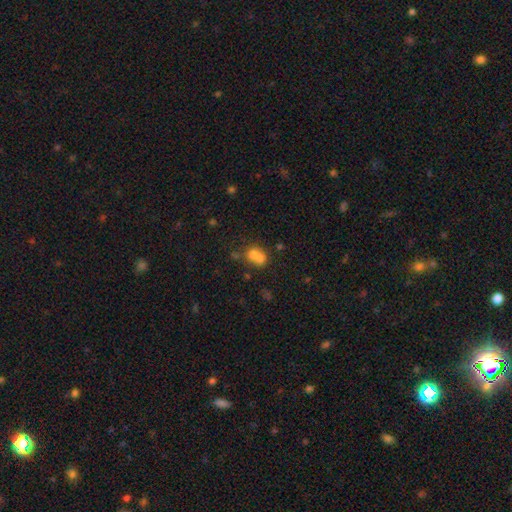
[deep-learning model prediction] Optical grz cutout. It shows a smooth galaxy with no disk features (67%) that is round (67%). Merging: merger (61%).